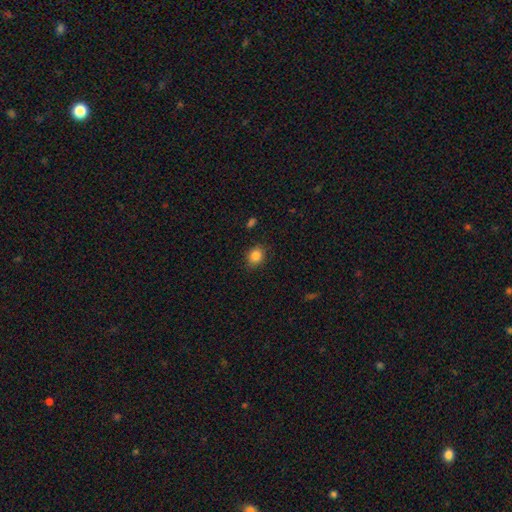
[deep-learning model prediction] Smooth or featured?
  - smooth: 86% *
  - star or artifact: 10%
  - featured or disk: 5%
How rounded?
  - round: 57% *
  - in between: 42%
  - cigar-shaped: 1%
Merging?
  - none: 84% *
  - minor disturbance: 12%
  - major disturbance: 3%
  - merger: 1%